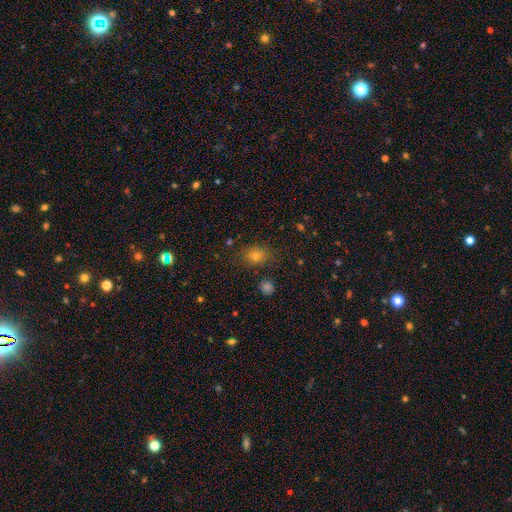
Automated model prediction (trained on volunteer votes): Overall: smooth (71%). How rounded: round (54%; in between 45%). Merging: none (82%).